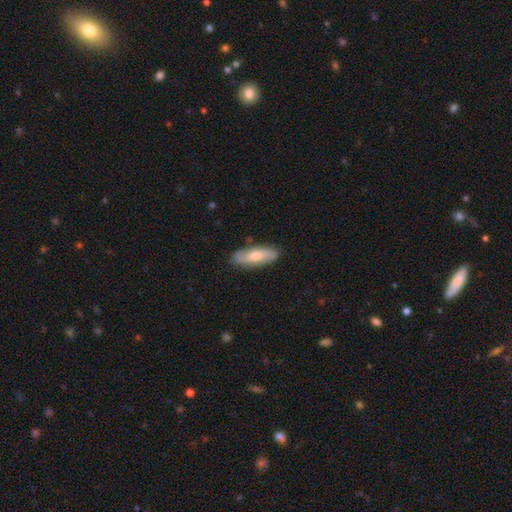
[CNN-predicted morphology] Smooth or featured? smooth (52%)
How rounded? in between (67%)
Merging? none (85%)